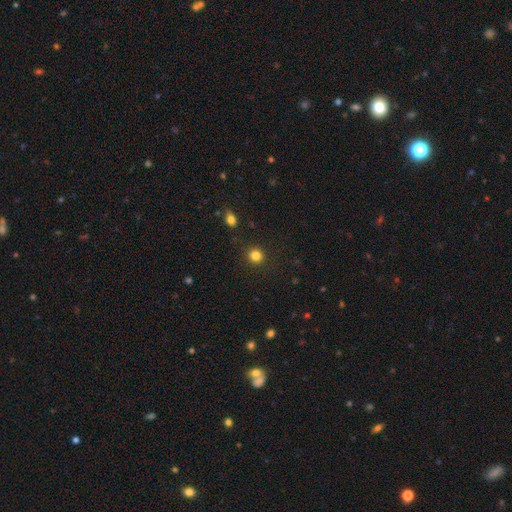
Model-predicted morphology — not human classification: This appears to be a smooth galaxy with no disk features (83%) that is round (91%). Merging: none (91%).